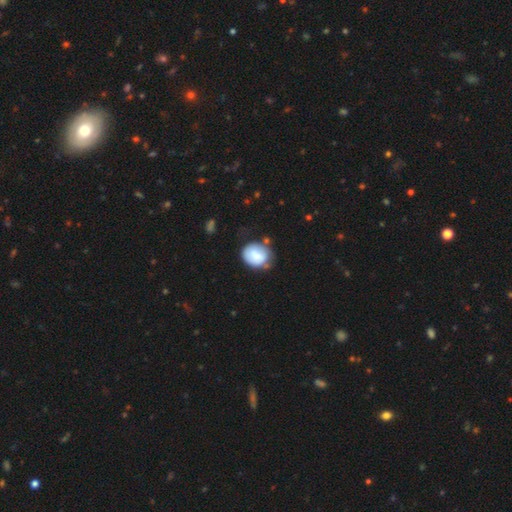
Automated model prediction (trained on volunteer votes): The model was most divided on "how rounded": round: 63%, in between: 36%, cigar-shaped: 1%. More confident: smooth or featured — smooth (78%); merging — none (57%).